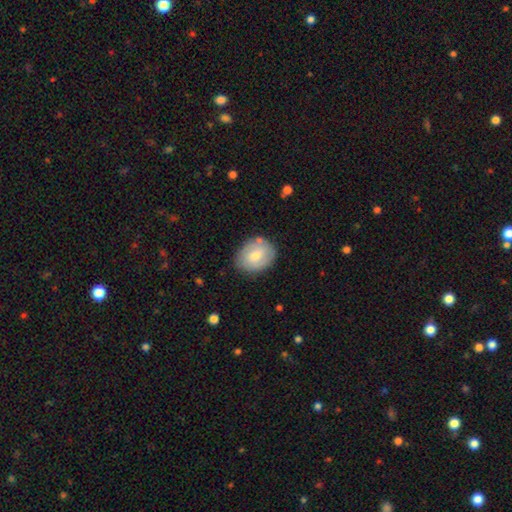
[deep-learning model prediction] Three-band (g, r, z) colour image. It shows a smooth galaxy with no disk features (64%) that is round (51%). Merging: none (78%).